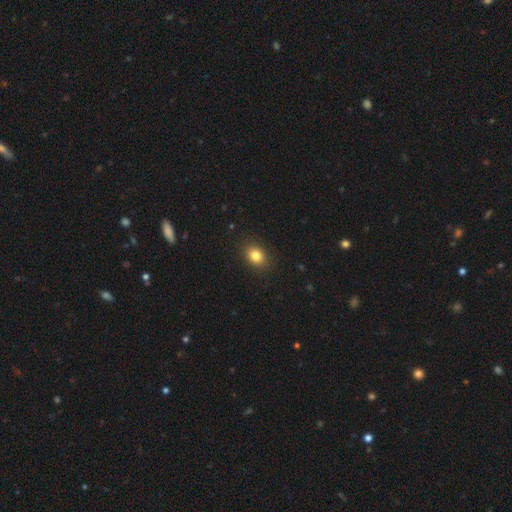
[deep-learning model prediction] smooth-or-featured: smooth: 83% | star or artifact: 11% | featured or disk: 7%
  how-rounded: in between: 60% | round: 39% | cigar-shaped: 1%
  merging: none: 88% | minor disturbance: 8% | major disturbance: 2% | merger: 1%